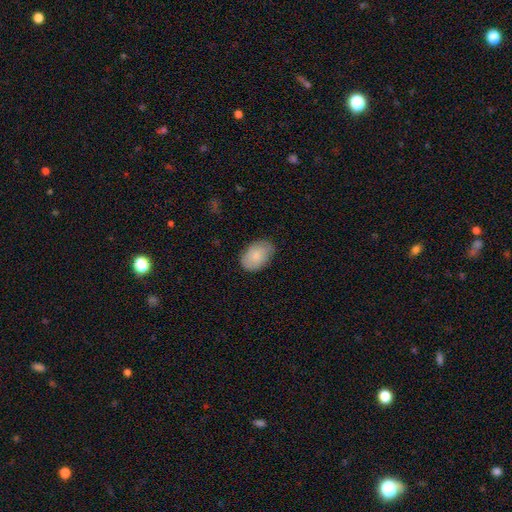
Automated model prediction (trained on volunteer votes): This appears to be a smooth galaxy with no disk features (75%) that is in between round and cigar-shaped (87%). Merging: none (77%).